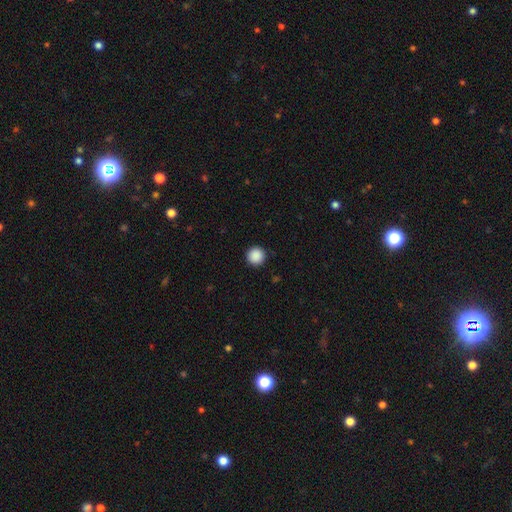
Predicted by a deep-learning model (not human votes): A smooth galaxy with no disk features (89%) that is round (96%).

Vote fractions:
- Smooth or featured? smooth: 89% / star or artifact: 9% / featured or disk: 2%
- How rounded? round: 96% / in between: 3% / cigar-shaped: 1%
- Merging? none: 93% / minor disturbance: 5% / major disturbance: 2% / merger: 1%